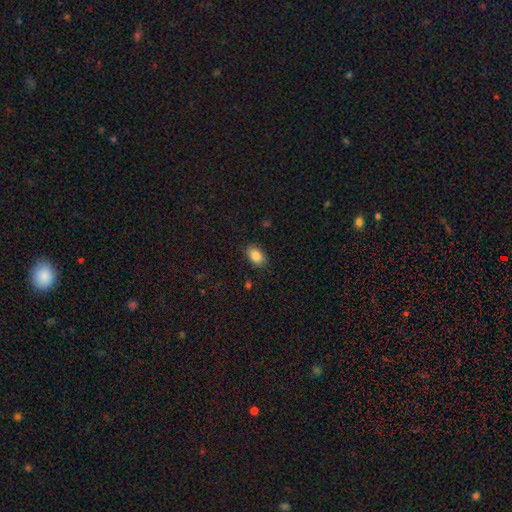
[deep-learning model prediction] Smooth or featured? smooth (86%)
How rounded? in between (84%)
Merging? none (82%)